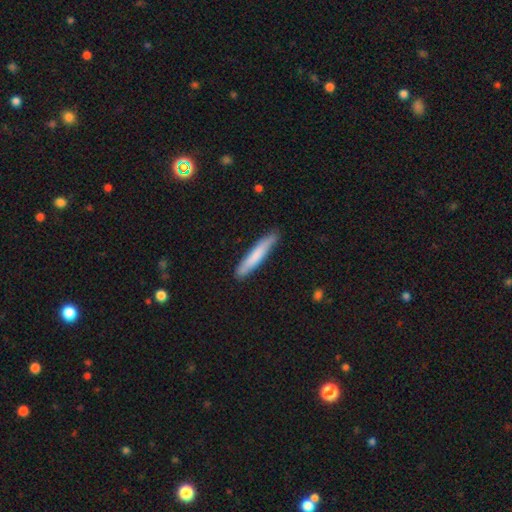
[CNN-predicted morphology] smooth-or-featured: smooth: 74% | featured or disk: 21% | star or artifact: 5%
  how-rounded: cigar-shaped: 94% | in between: 5% | round: 1%
  merging: none: 87% | minor disturbance: 11% | major disturbance: 2% | merger: 1%